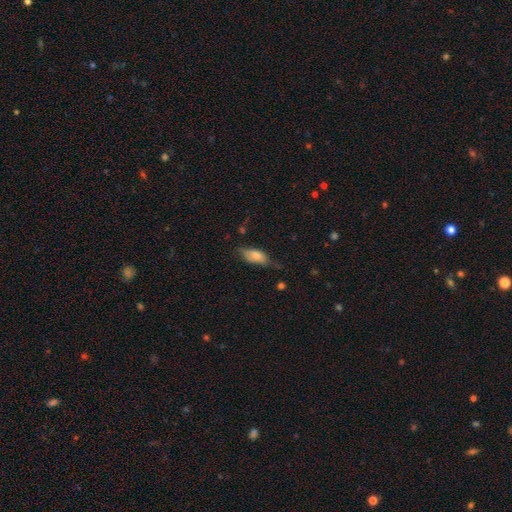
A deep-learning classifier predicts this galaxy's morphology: Q: Smooth or featured?
A: smooth (72%); runner-up: featured or disk (21%)
Q: How rounded?
A: in between (83%); runner-up: cigar-shaped (14%)
Q: Merging?
A: none (47%); runner-up: minor disturbance (37%)